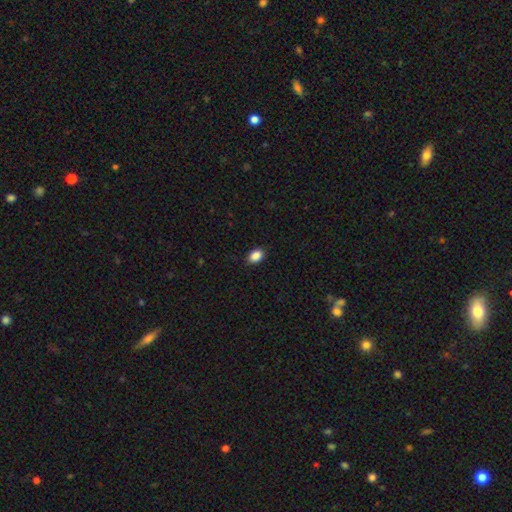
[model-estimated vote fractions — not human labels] smooth-or-featured: smooth: 88% | star or artifact: 9% | featured or disk: 3%
  how-rounded: in between: 82% | round: 17% | cigar-shaped: 1%
  merging: none: 88% | minor disturbance: 9% | major disturbance: 2% | merger: 1%